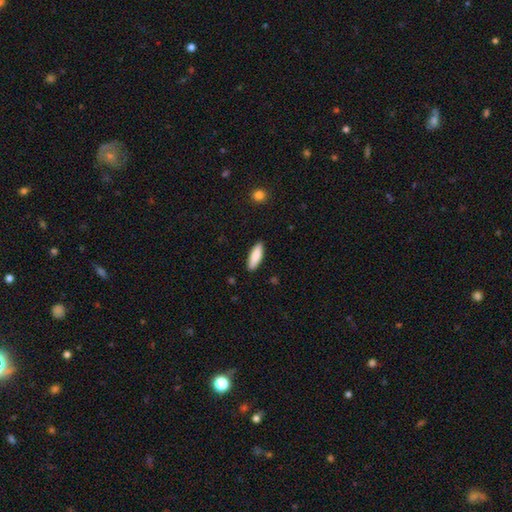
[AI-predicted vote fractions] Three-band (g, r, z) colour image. It shows a smooth galaxy with no disk features (85%) that is in between round and cigar-shaped (50%). Merging: none (89%).